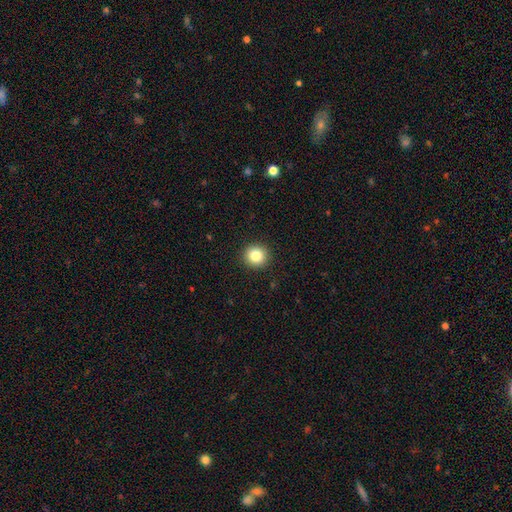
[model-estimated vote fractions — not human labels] Q: Smooth or featured?
A: smooth (83%); runner-up: star or artifact (11%)
Q: How rounded?
A: round (93%); runner-up: in between (6%)
Q: Merging?
A: none (93%); runner-up: minor disturbance (5%)